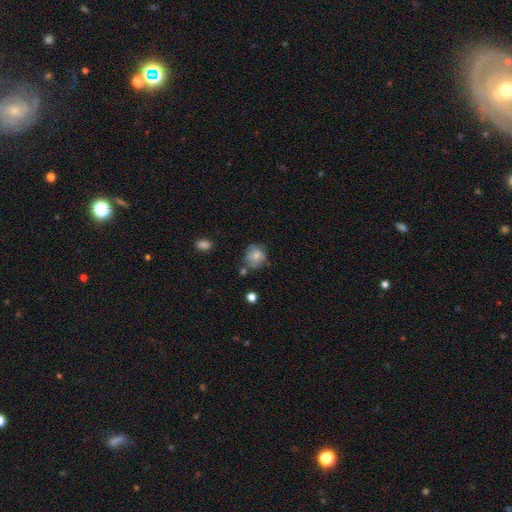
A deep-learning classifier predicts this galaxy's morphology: Smooth or featured? Predicted: smooth (p=0.65). How rounded? Predicted: round (p=0.75). Merging? Predicted: none (p=0.56).